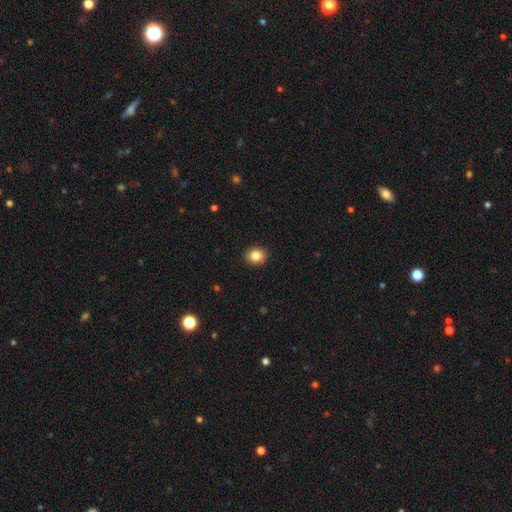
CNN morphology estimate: Smooth or featured?
  - smooth: 84% *
  - star or artifact: 10%
  - featured or disk: 6%
How rounded?
  - round: 78% *
  - in between: 21%
  - cigar-shaped: 1%
Merging?
  - none: 90% *
  - minor disturbance: 7%
  - major disturbance: 2%
  - merger: 1%